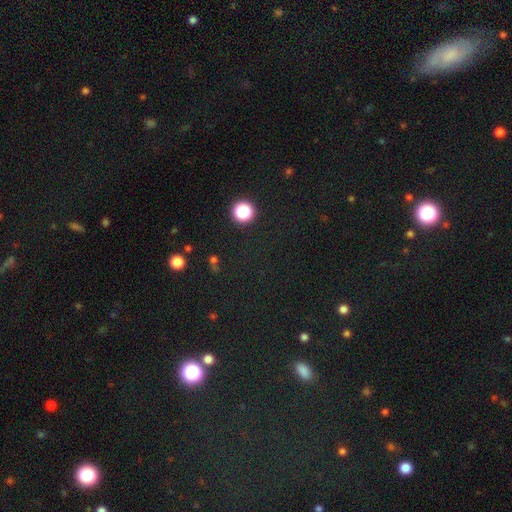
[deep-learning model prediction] Smooth or featured?
  - star or artifact: 70% *
  - smooth: 21%
  - featured or disk: 9%